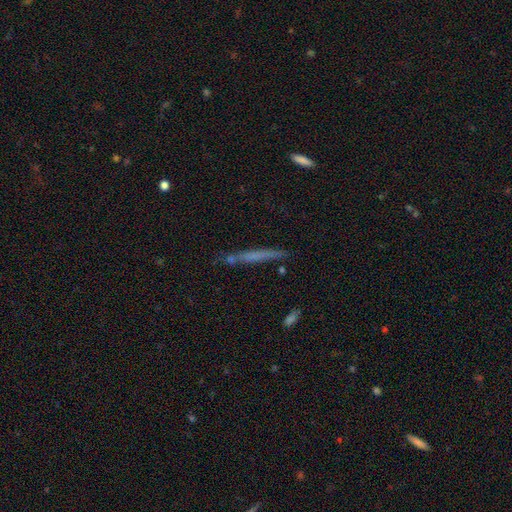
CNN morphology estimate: smooth 50%, featured or disk 40%, star or artifact 9%. Down the decision tree: how rounded — cigar-shaped (95%); merging — none (80%).